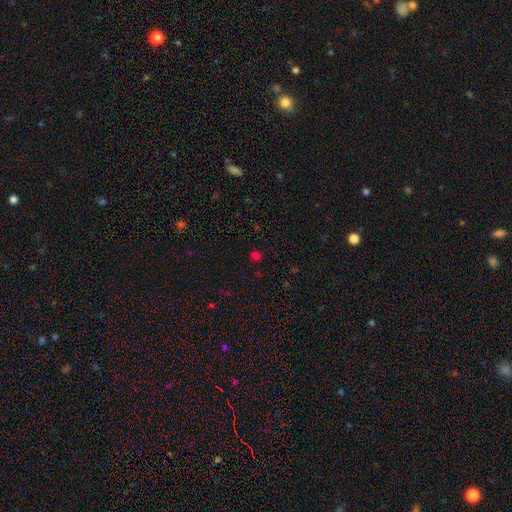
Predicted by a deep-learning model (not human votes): smooth_or_featured: smooth (p=0.64) [alt: star or artifact p=0.31]
how_rounded: round (p=0.87) [alt: in between p=0.12]
merging: none (p=0.86) [alt: minor disturbance p=0.09]